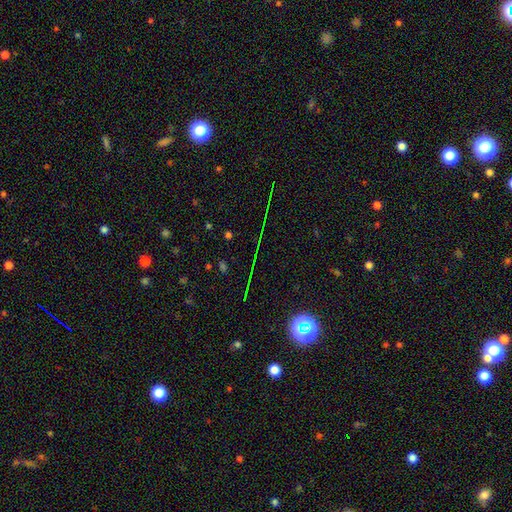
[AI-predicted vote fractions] The model was most divided on "smooth or featured": star or artifact: 74%, smooth: 13%, featured or disk: 12%.